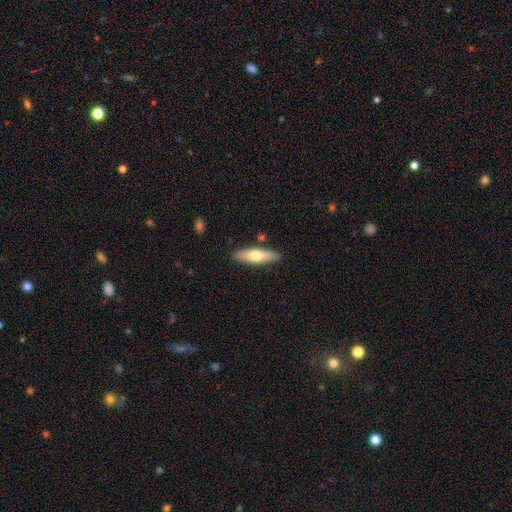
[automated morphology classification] Smooth or featured? Predicted: smooth (p=0.59). How rounded? Predicted: cigar-shaped (p=0.67). Merging? Predicted: none (p=0.85).